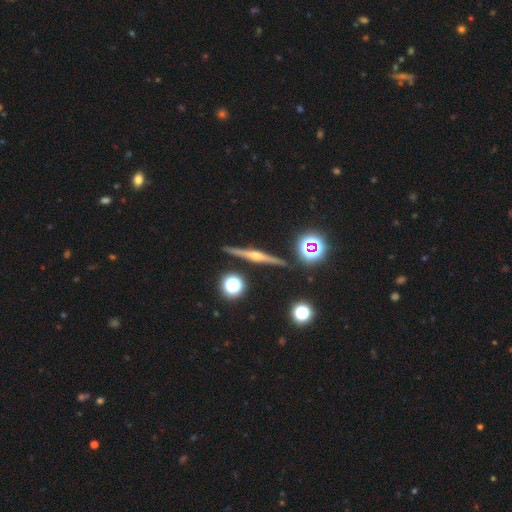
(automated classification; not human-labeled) This appears to be a featured or disk galaxy (81%) viewed edge-on (98%) with a rounded central bulge (91%). Merging: none (91%).